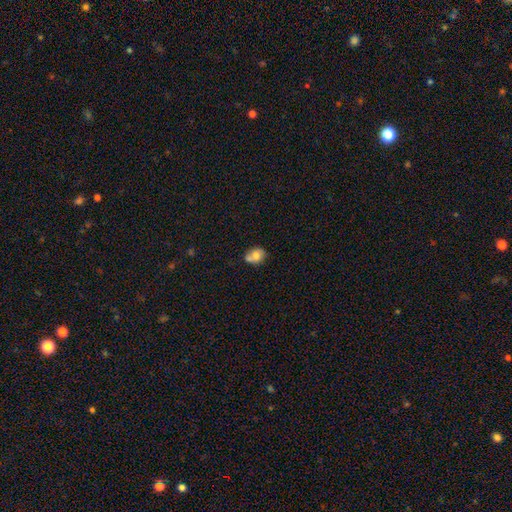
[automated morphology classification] A smooth galaxy with no disk features (67%) that is in between round and cigar-shaped (50%).

Vote fractions:
- Smooth or featured? smooth: 67% / featured or disk: 24% / star or artifact: 9%
- How rounded? in between: 50% / round: 49% / cigar-shaped: 1%
- Merging? none: 43% / merger: 34% / minor disturbance: 17% / major disturbance: 5%